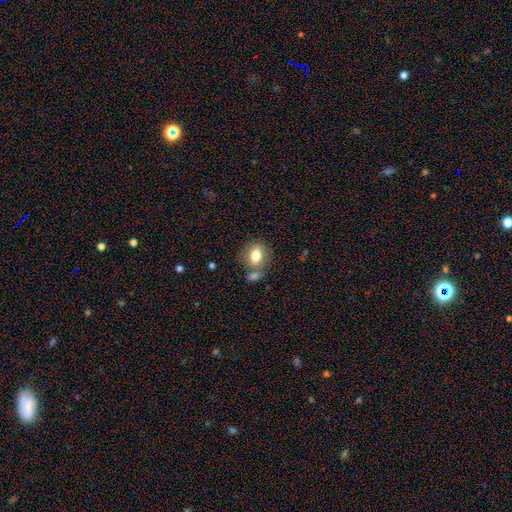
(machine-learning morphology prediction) smooth-or-featured: smooth: 77% | featured or disk: 15% | star or artifact: 9%
  how-rounded: in between: 55% | round: 44% | cigar-shaped: 2%
  merging: none: 59% | merger: 22% | minor disturbance: 14% | major disturbance: 5%